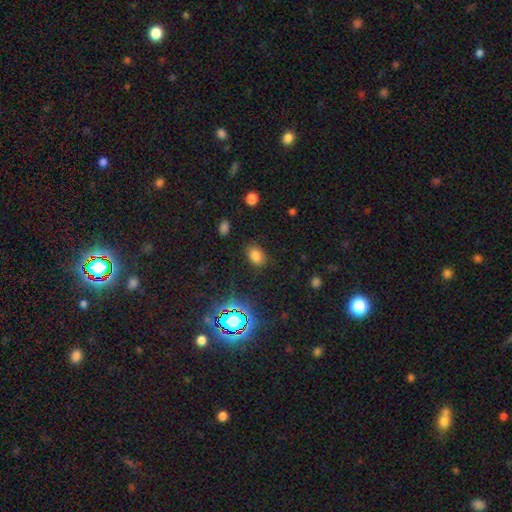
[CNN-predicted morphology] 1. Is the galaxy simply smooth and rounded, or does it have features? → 74% smooth, 19% star or artifact, 6% featured or disk.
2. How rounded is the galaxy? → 79% in between, 20% round, 1% cigar-shaped.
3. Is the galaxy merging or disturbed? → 82% none, 12% minor disturbance, 4% major disturbance, 2% merger.